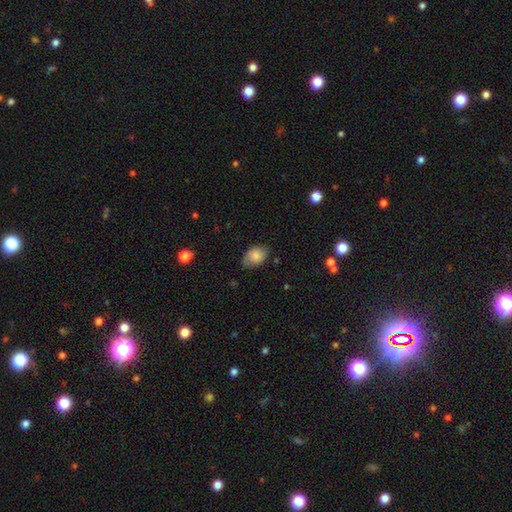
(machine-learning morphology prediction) smooth_or_featured: smooth (p=0.79) [alt: featured or disk p=0.14]
how_rounded: in between (p=0.78) [alt: round p=0.21]
merging: none (p=0.66) [alt: minor disturbance p=0.27]